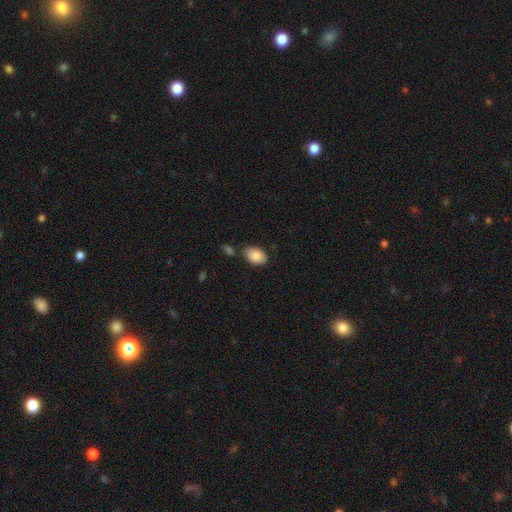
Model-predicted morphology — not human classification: The model was most divided on "merging": none: 70%, minor disturbance: 18%, merger: 9%, major disturbance: 4%. More confident: smooth or featured — smooth (87%); how rounded — in between (86%).